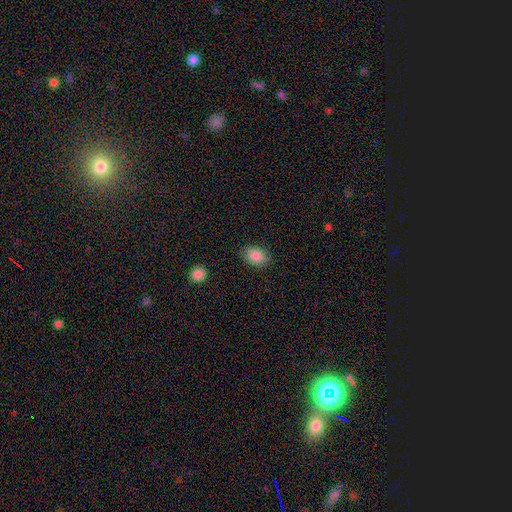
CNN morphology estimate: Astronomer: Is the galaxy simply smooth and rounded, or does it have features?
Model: smooth — 87%.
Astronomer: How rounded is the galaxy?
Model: in between — 80%.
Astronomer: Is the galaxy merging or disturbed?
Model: none — 86%.